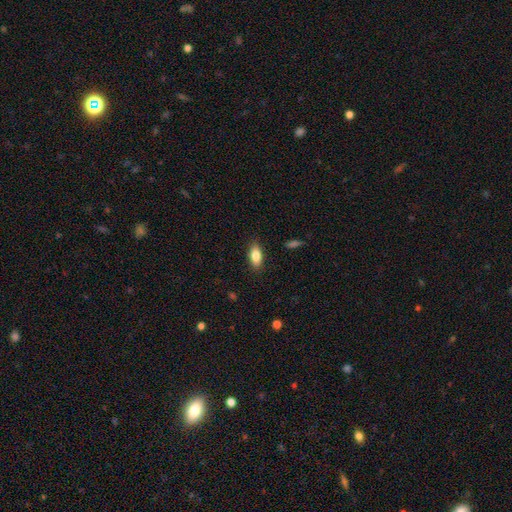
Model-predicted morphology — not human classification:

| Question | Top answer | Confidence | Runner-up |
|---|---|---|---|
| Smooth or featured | smooth | 85% | featured or disk (8%) |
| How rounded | in between | 87% | cigar-shaped (9%) |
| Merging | none | 87% | minor disturbance (10%) |